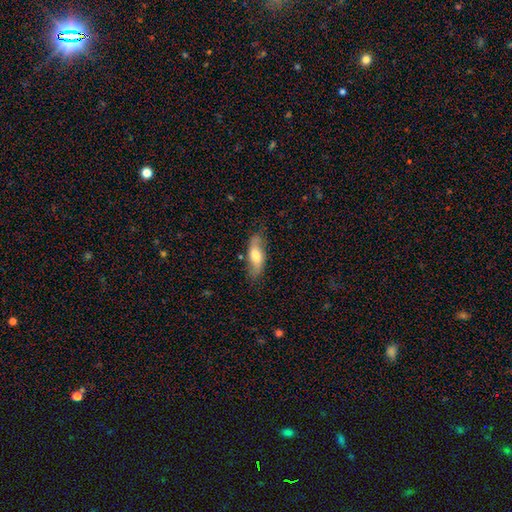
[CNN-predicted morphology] Overall: smooth (57%; featured or disk 37%). How rounded: in between (62%; cigar-shaped 35%). Merging: none (75%).